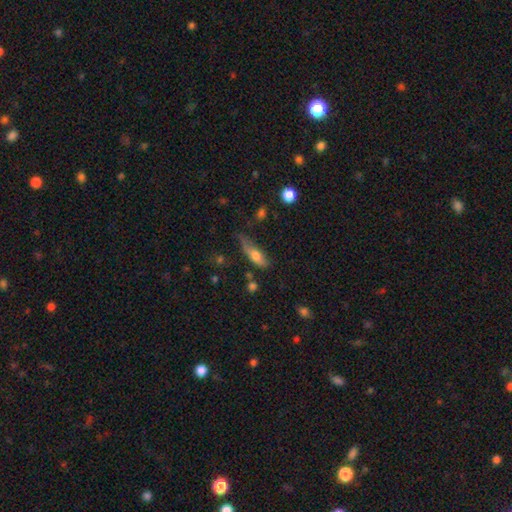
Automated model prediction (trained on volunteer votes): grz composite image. It shows a smooth galaxy with no disk features (68%) that is in between round and cigar-shaped (54%). Merging: none (41%).